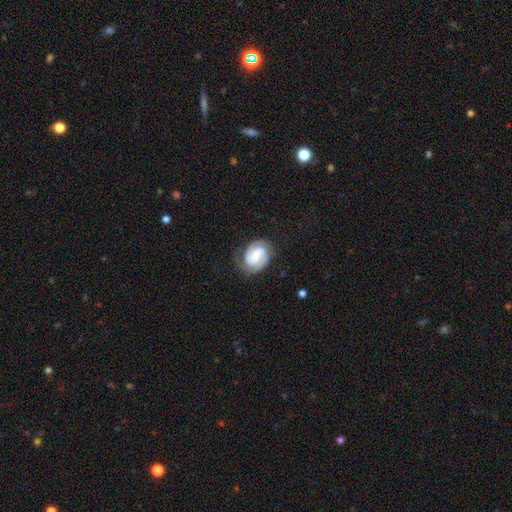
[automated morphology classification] Overall: featured or disk (81%). Edge-on disk: no (98%). Bar: weak (48%; no 32%). Spiral arms: yes (97%). Spiral arm count: 2 (84%). Spiral winding: tight (44%, tied with medium). Bulge size: small (36%; moderate 27%). Merging: none (72%).